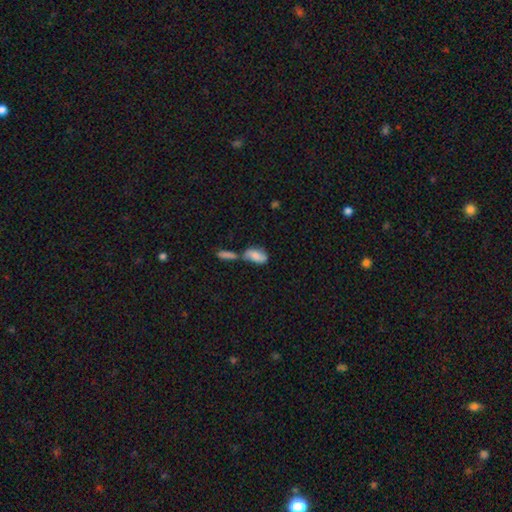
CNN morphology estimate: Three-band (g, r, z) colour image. It shows a smooth galaxy with no disk features (73%) that is in between round and cigar-shaped (89%). Merging: merger (52%).